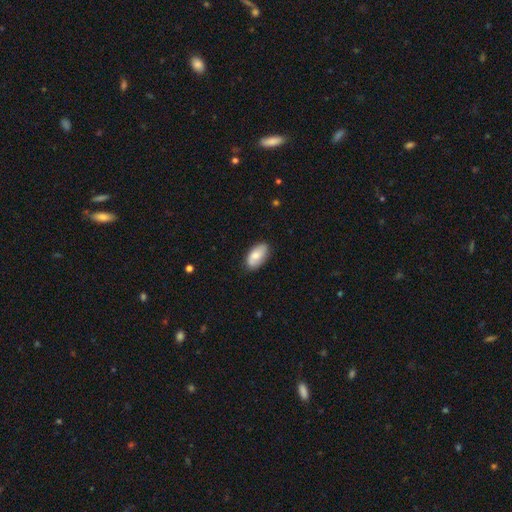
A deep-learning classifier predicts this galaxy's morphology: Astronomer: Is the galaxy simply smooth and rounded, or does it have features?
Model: smooth — 72%.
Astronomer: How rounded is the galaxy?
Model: in between — 94%.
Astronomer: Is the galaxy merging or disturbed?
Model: none — 80%.